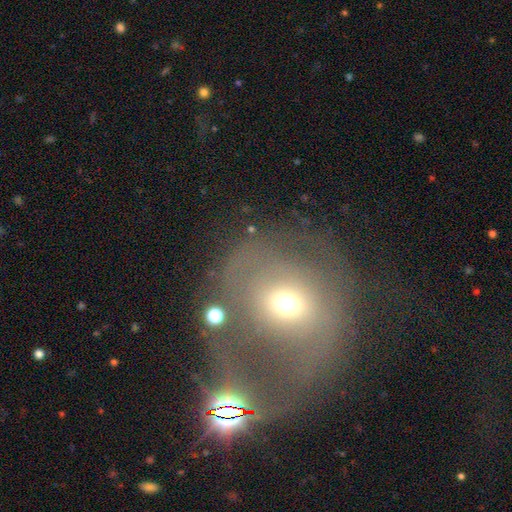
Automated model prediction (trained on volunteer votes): smooth_or_featured: smooth (p=0.41) [tied with: featured or disk p=0.41]
merging: none (p=0.34) [alt: major disturbance p=0.33]